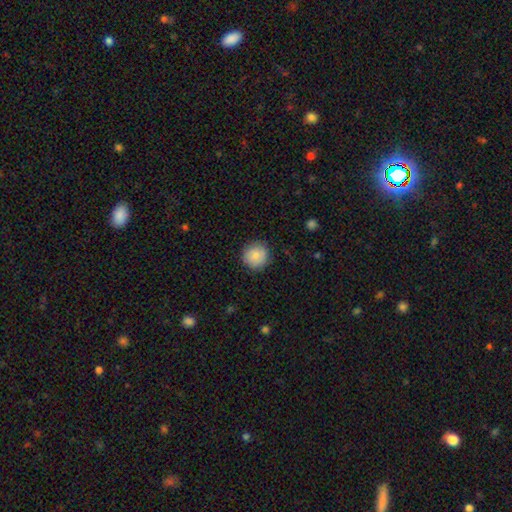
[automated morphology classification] A smooth galaxy with no disk features (85%) that is round (94%). Merging: none (88%).